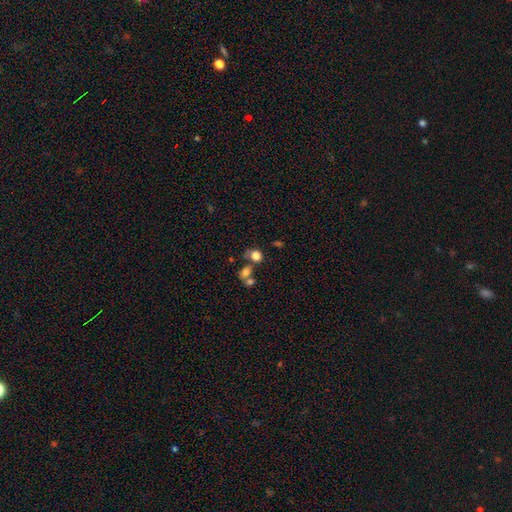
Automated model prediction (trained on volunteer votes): smooth-or-featured: smooth: 78% | star or artifact: 12% | featured or disk: 10%
  how-rounded: round: 61% | in between: 38% | cigar-shaped: 1%
  merging: none: 44% | merger: 34% | minor disturbance: 14% | major disturbance: 9%